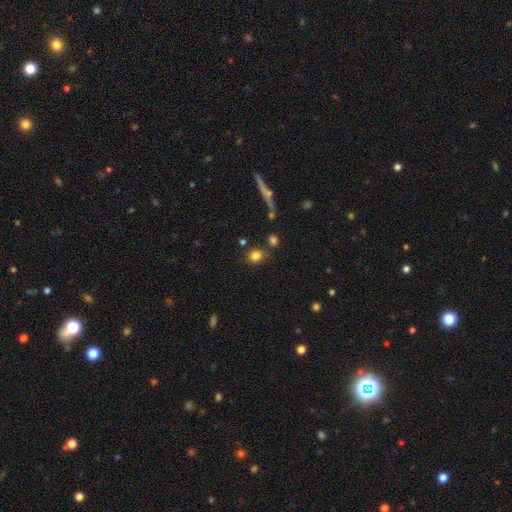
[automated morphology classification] A smooth galaxy with no disk features (82%) that is round (73%).

Vote fractions:
- Smooth or featured? smooth: 82% / star or artifact: 11% / featured or disk: 7%
- How rounded? round: 73% / in between: 25% / cigar-shaped: 2%
- Merging? none: 79% / minor disturbance: 10% / merger: 8% / major disturbance: 4%